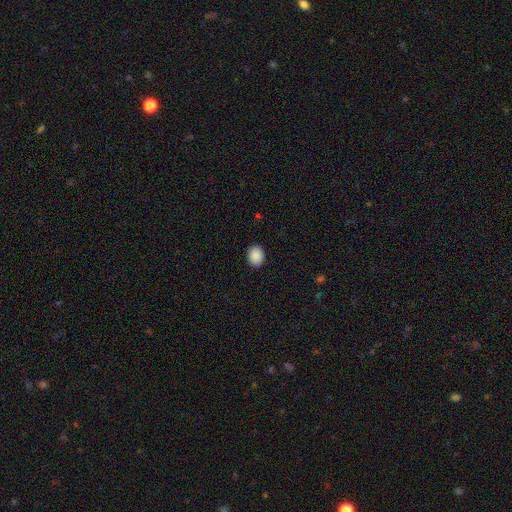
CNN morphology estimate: type=smooth (90%); roundness=in between (50%); merging=none (91%).